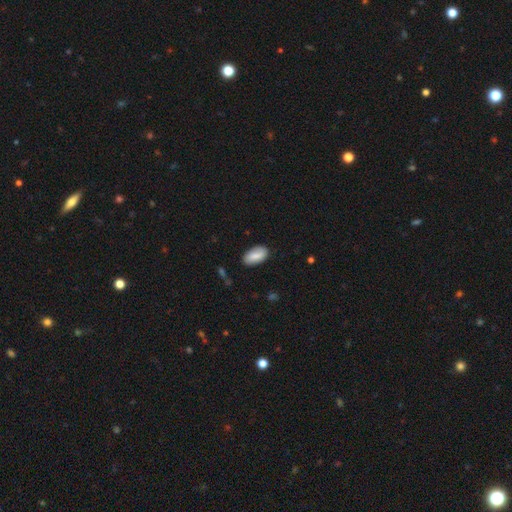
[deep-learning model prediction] This is clearly a smooth galaxy (82%). How rounded: clearly in between (94%). Merging: clearly none (82%).